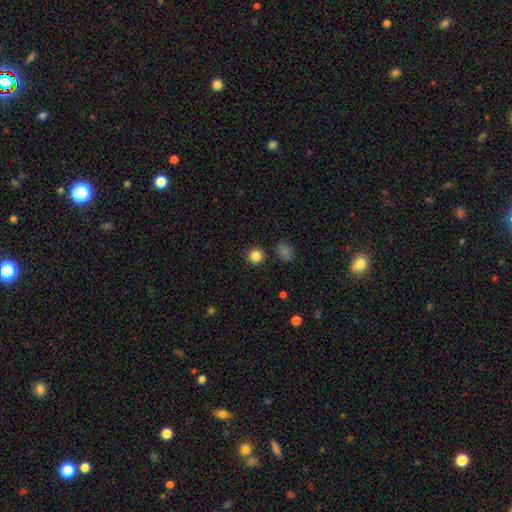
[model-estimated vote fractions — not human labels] Overall: smooth (86%). How rounded: round (93%). Merging: none (90%).